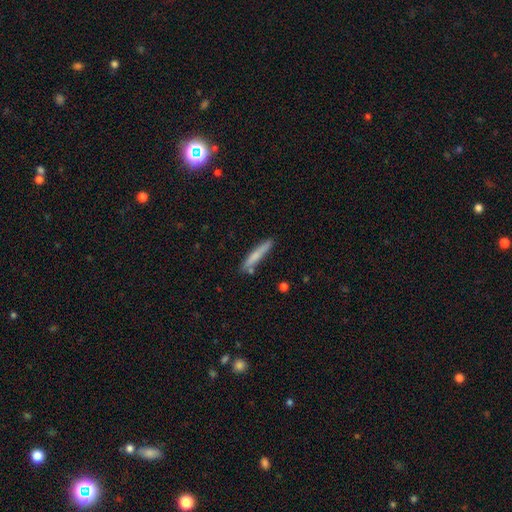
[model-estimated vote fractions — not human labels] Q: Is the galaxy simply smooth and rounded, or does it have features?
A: smooth — 68%.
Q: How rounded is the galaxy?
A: cigar-shaped — 93%.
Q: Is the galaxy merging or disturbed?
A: none — 81%.